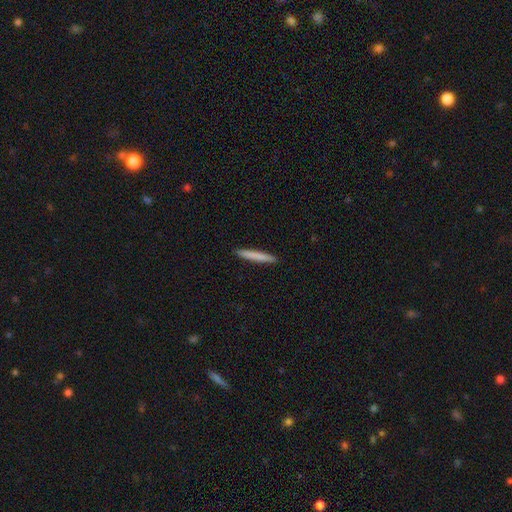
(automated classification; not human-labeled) Overall: smooth (78%). How rounded: cigar-shaped (96%). Merging: none (93%).